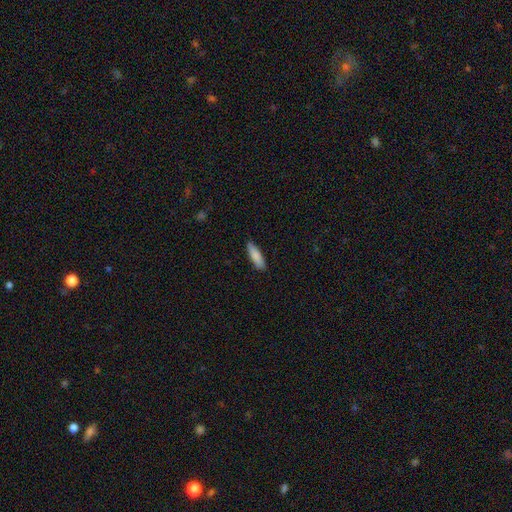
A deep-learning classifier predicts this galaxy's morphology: Overall: smooth (86%). How rounded: cigar-shaped (57%; in between 41%). Merging: none (89%).